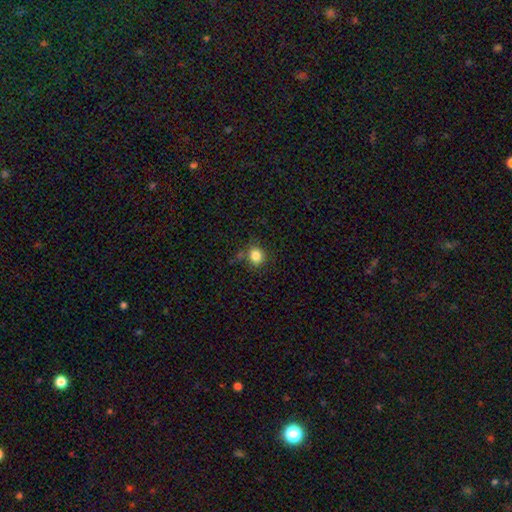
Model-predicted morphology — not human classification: Overall: smooth (83%). How rounded: round (80%). Merging: none (78%).